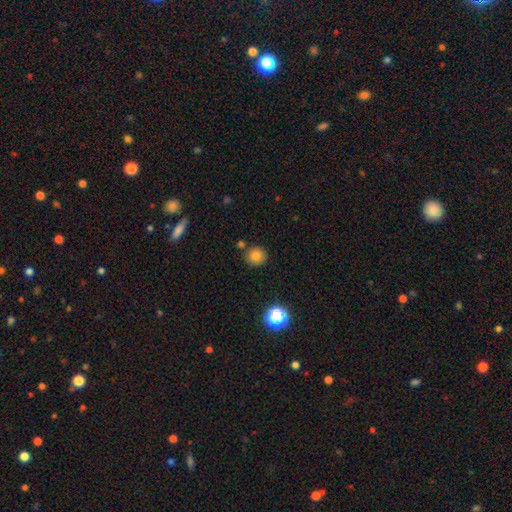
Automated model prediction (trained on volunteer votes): This appears to be a smooth galaxy with no disk features (80%) that is round (91%). Merging: none (81%).